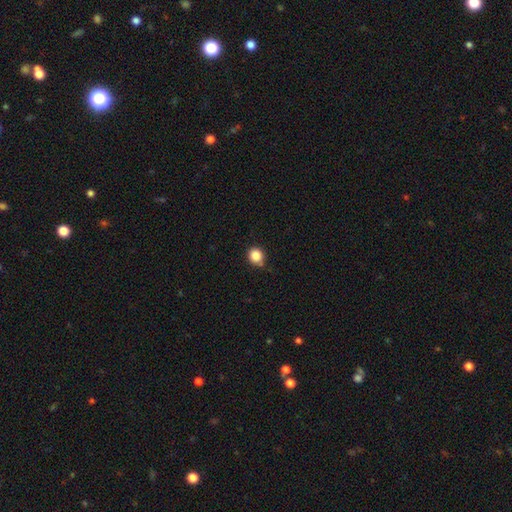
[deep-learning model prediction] Smooth or featured?
  - smooth: 85% *
  - star or artifact: 11%
  - featured or disk: 4%
How rounded?
  - round: 85% *
  - in between: 14%
  - cigar-shaped: 1%
Merging?
  - none: 75% *
  - minor disturbance: 19%
  - major disturbance: 3%
  - merger: 3%